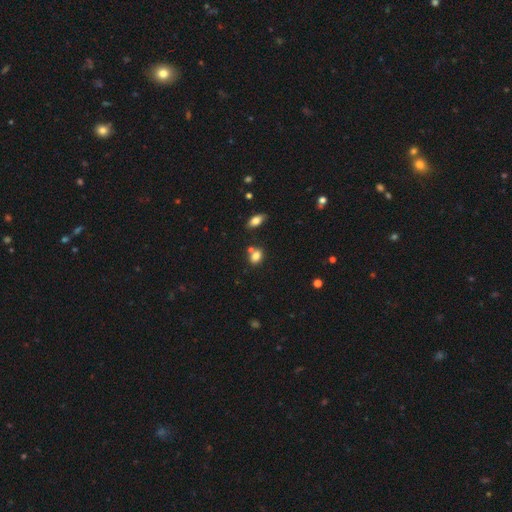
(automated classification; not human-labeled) A smooth galaxy with no disk features (80%) that is in between round and cigar-shaped (64%). Merging: none (60%).